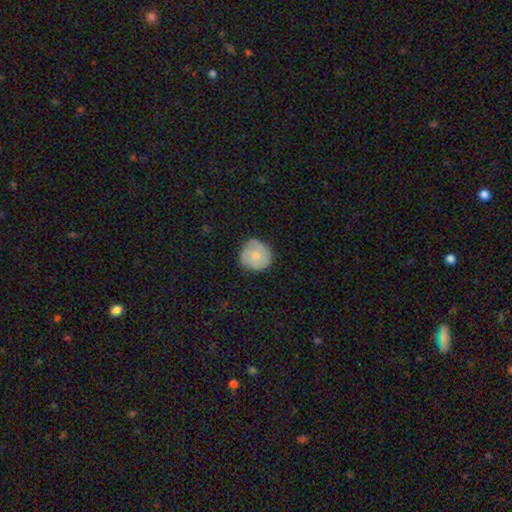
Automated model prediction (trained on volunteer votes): A smooth galaxy with no disk features (63%) that is round (93%). Merging: none (79%).